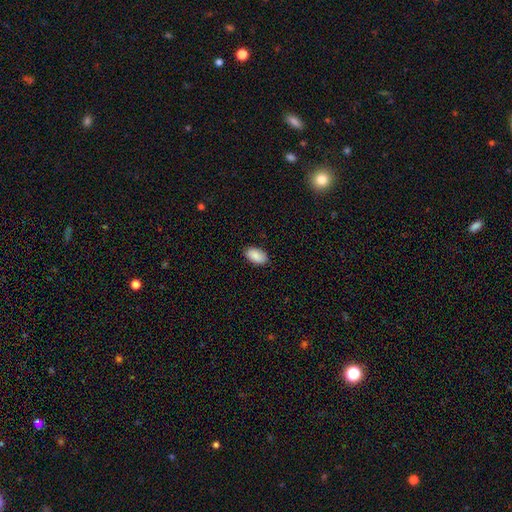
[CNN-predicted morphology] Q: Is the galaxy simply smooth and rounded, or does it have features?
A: smooth — 90%.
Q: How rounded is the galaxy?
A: in between — 95%.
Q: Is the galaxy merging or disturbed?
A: none — 88%.